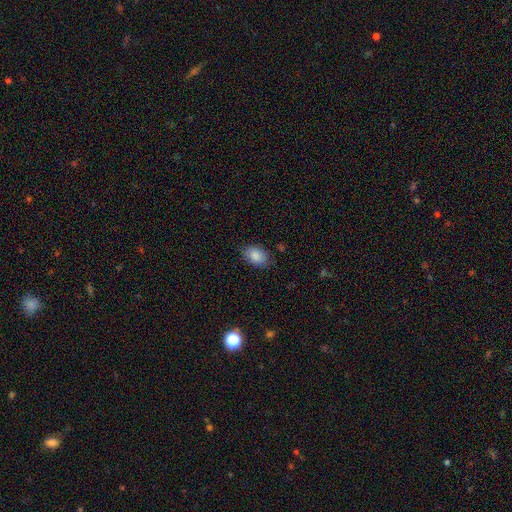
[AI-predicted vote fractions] A smooth galaxy with no disk features (87%) that is in between round and cigar-shaped (88%). Merging: none (81%).